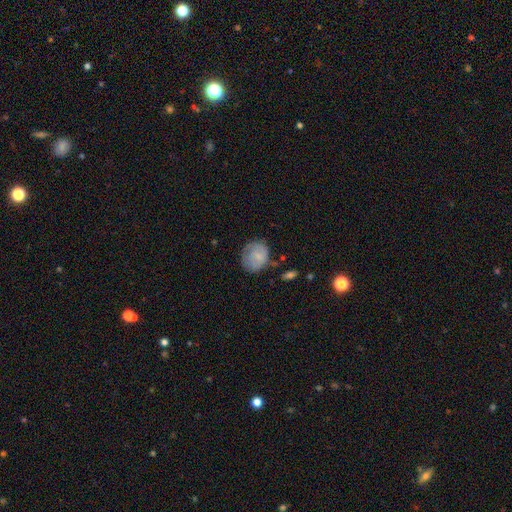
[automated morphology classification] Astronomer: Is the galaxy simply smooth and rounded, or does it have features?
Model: smooth — 68%.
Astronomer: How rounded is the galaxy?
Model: round — 66%.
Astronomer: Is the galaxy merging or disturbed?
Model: none — 63%.